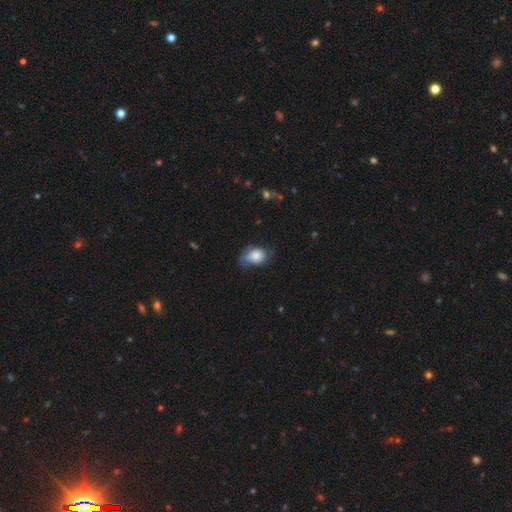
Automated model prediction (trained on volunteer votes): Smooth or featured: smooth — 69% (featured or disk — 23%)
How rounded: in between — 75% (round — 24%)
Merging: none — 46% (minor disturbance — 35%)